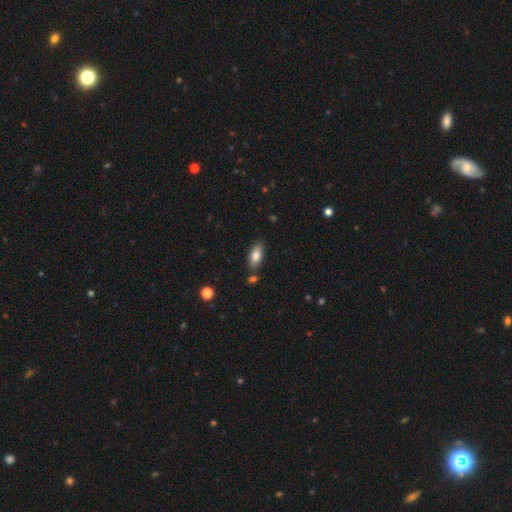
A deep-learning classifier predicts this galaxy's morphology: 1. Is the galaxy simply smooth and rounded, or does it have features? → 83% smooth, 10% featured or disk, 7% star or artifact.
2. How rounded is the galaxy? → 90% in between, 7% cigar-shaped, 3% round.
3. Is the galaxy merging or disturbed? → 79% none, 12% minor disturbance, 6% merger, 3% major disturbance.